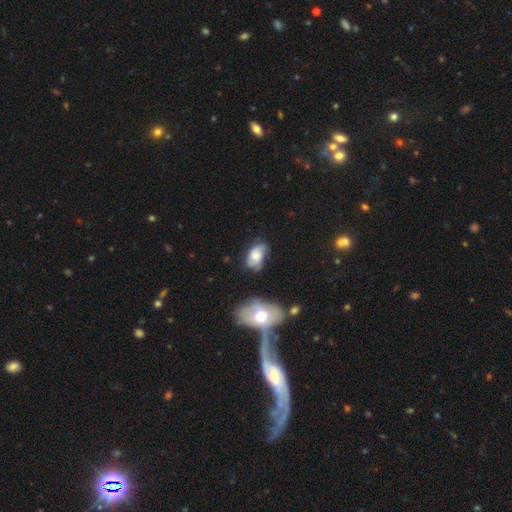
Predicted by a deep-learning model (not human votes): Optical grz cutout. It shows a smooth galaxy with no disk features (61%) that is in between round and cigar-shaped (88%). Merging: none (45%).